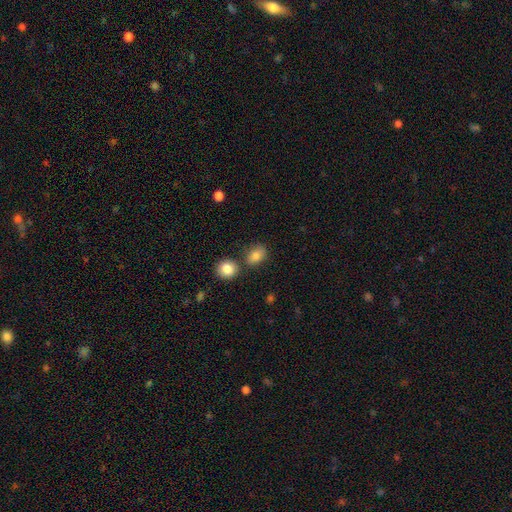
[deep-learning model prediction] smooth-or-featured: smooth: 81% | star or artifact: 10% | featured or disk: 8%
  how-rounded: in between: 71% | round: 27% | cigar-shaped: 2%
  merging: none: 66% | merger: 15% | minor disturbance: 14% | major disturbance: 4%